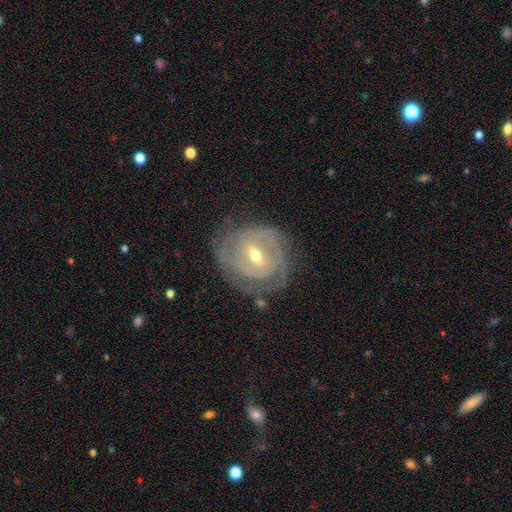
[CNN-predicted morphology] Smooth or featured? featured or disk (85%)
Edge-on disk? no (96%)
Bar? weak (50%)
Spiral arms? yes (90%)
Spiral winding? tight (71%)
Spiral arm count? 2 (34%, tied with can't tell)
Bulge size? moderate (60%)
Merging? none (69%)